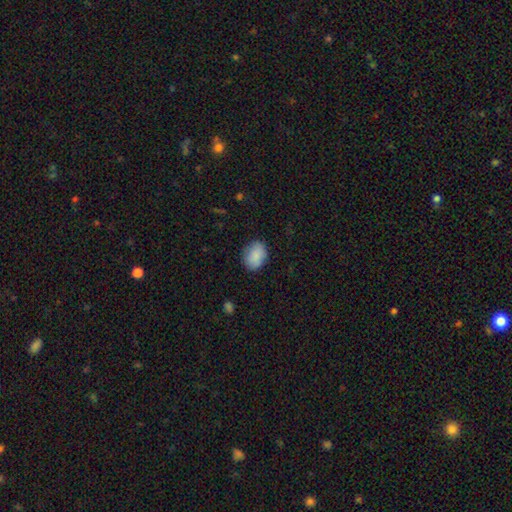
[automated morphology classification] type=smooth (87%); roundness=in between (75%); merging=none (81%).